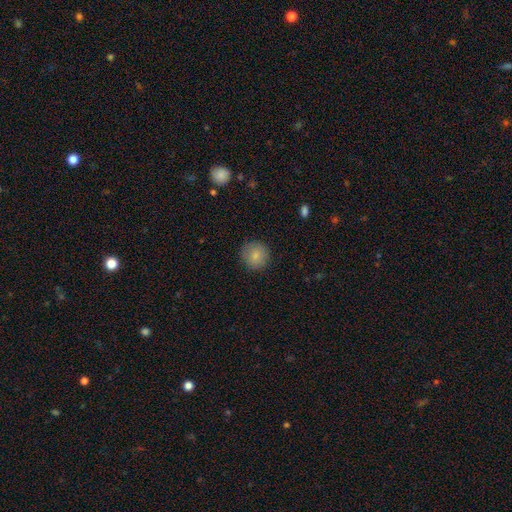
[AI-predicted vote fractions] smooth_or_featured: smooth (p=0.84) [alt: star or artifact p=0.09]
how_rounded: round (p=0.93) [alt: in between p=0.06]
merging: none (p=0.88) [alt: minor disturbance p=0.09]